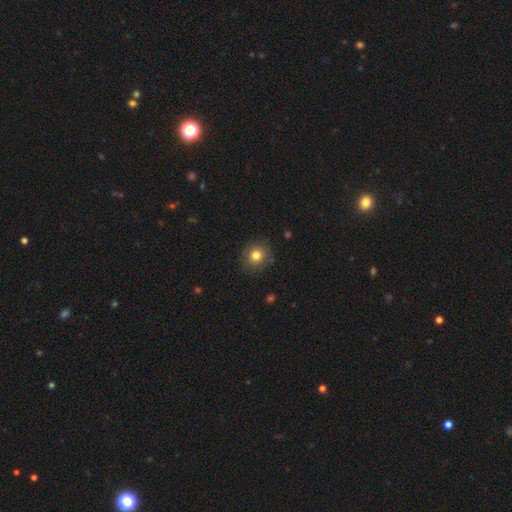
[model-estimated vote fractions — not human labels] Smooth or featured? Predicted: smooth (p=0.78). How rounded? Predicted: round (p=0.82). Merging? Predicted: none (p=0.85).